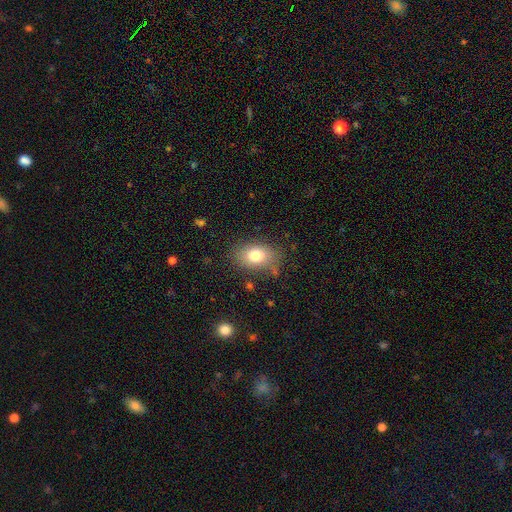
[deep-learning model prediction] Smooth or featured?
  - smooth: 78% *
  - featured or disk: 12%
  - star or artifact: 10%
How rounded?
  - in between: 81% *
  - round: 18%
  - cigar-shaped: 1%
Merging?
  - none: 79% *
  - minor disturbance: 14%
  - major disturbance: 5%
  - merger: 2%